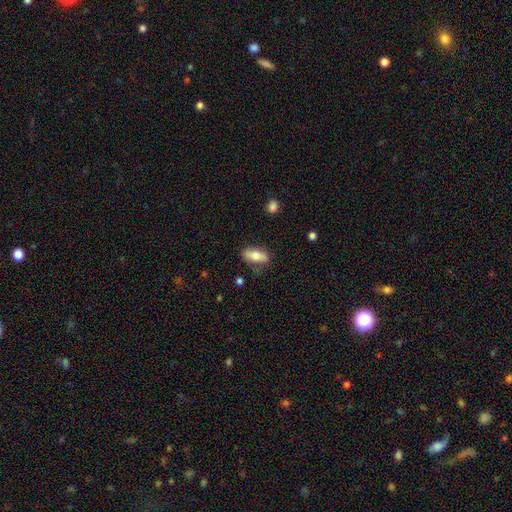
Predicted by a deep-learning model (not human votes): A smooth galaxy with no disk features (69%) that is in between round and cigar-shaped (78%).

Vote fractions:
- Smooth or featured? smooth: 69% / featured or disk: 24% / star or artifact: 6%
- How rounded? in between: 78% / cigar-shaped: 19% / round: 3%
- Merging? none: 78% / minor disturbance: 16% / major disturbance: 4% / merger: 2%